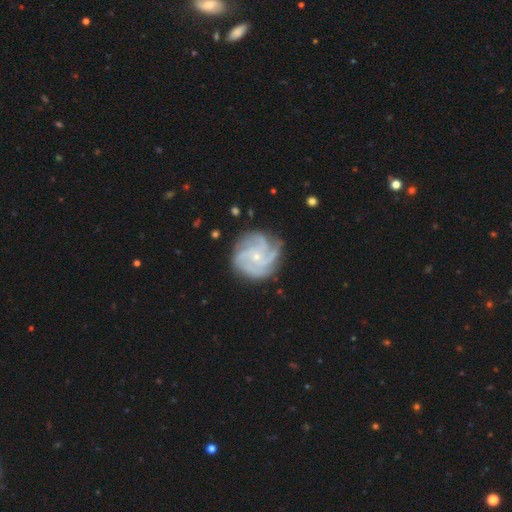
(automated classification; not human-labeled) This appears to be a featured or disk galaxy (88%) with no bar (73%), 4 (44%) tight (58%) spiral arms (98%) and a small central bulge (78%). Merging: none (76%).